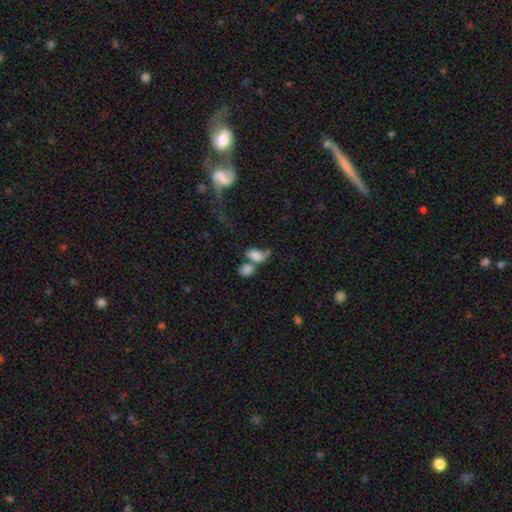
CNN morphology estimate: Overall: smooth (72%). How rounded: in between (80%). Merging: merger (60%).